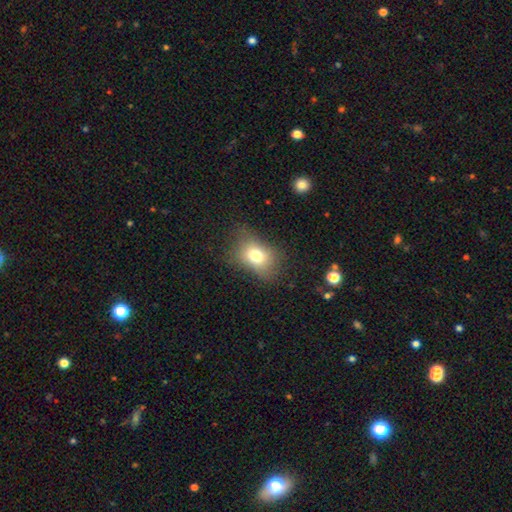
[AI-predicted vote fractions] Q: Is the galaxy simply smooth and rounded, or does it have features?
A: smooth — 73%.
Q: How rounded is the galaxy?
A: in between — 68%.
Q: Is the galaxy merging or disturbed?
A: none — 61%.